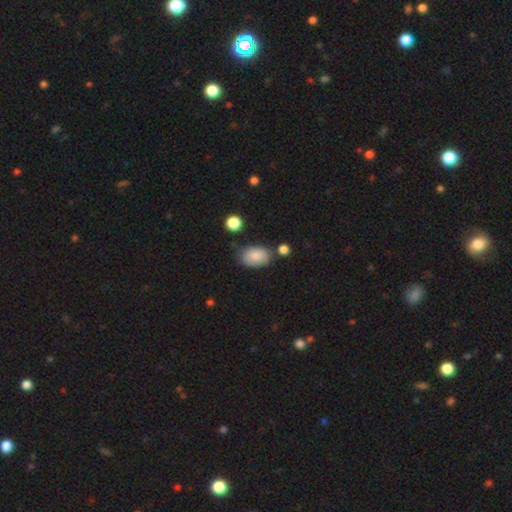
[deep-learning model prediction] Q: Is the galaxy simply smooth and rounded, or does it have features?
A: smooth — 83%.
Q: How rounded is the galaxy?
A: in between — 88%.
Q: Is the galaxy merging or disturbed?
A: none — 70%.